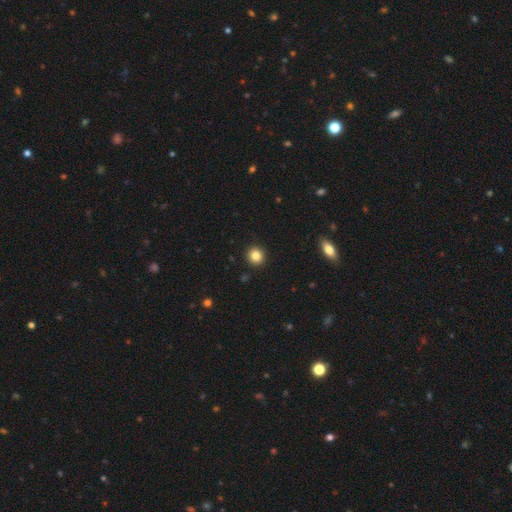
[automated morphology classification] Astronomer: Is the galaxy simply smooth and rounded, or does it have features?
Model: smooth — 84%.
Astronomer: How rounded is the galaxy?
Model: round — 91%.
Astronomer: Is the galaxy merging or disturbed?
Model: none — 92%.